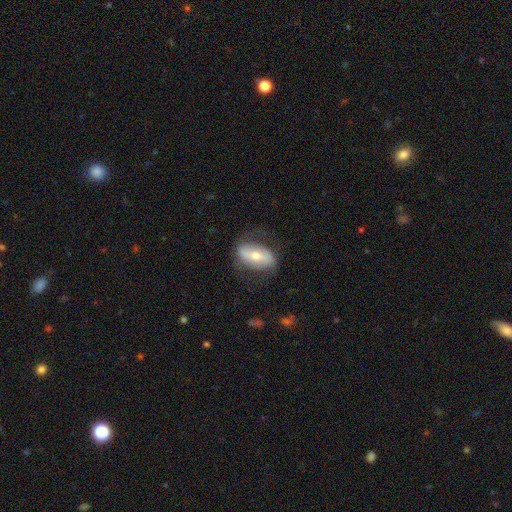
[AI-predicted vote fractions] A featured or disk galaxy (54%).

Vote fractions:
- Smooth or featured? featured or disk: 54% / smooth: 40% / star or artifact: 6%
- Edge-on disk? no: 83% / yes: 17%
- Merging? none: 70% / minor disturbance: 19% / major disturbance: 10% / merger: 1%